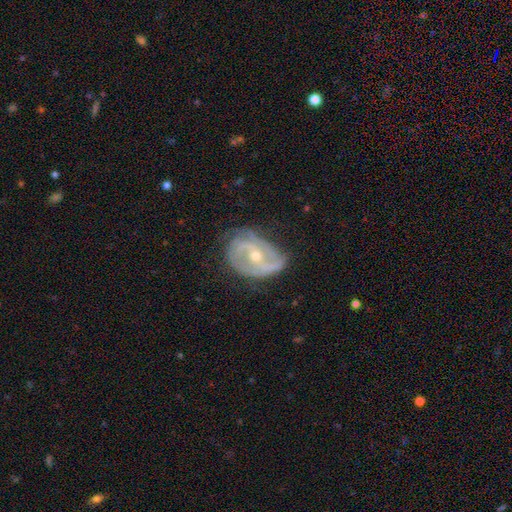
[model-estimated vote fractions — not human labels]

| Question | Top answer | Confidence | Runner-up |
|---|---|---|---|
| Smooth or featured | featured or disk | 83% | smooth (11%) |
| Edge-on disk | no | 96% | yes (4%) |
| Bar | no | 44% | weak (35%) |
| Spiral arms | yes | 89% | no (11%) |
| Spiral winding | medium | 43% | tight (32%) |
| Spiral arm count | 2 | 59% | can't tell (18%) |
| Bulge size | small | 55% | moderate (42%) |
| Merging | none | 56% | minor disturbance (29%) |